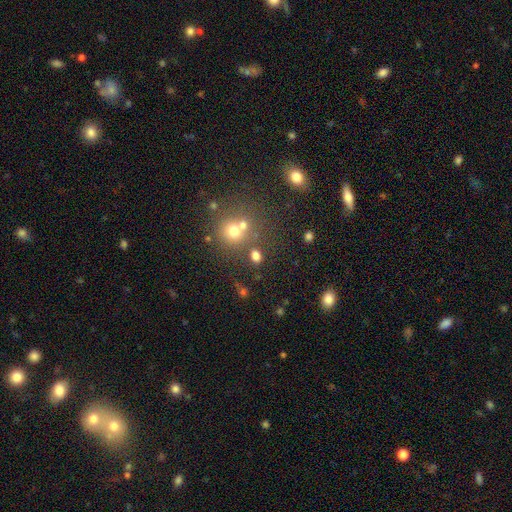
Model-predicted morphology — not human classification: This appears to be a smooth galaxy with no disk features (74%) that is round (53%). Merging: none (66%).